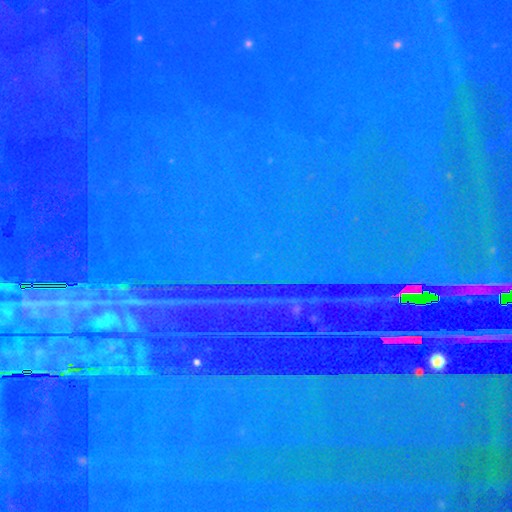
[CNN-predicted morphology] Smooth or featured? star or artifact (87%)